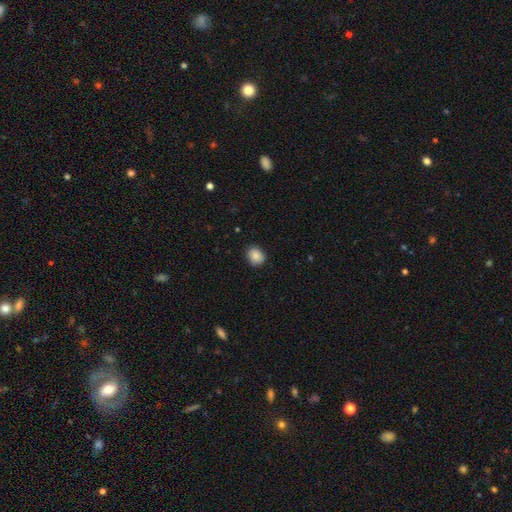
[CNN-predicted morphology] smooth-or-featured: smooth: 87% | star or artifact: 8% | featured or disk: 4%
  how-rounded: round: 66% | in between: 33% | cigar-shaped: 1%
  merging: none: 85% | minor disturbance: 12% | major disturbance: 2% | merger: 1%